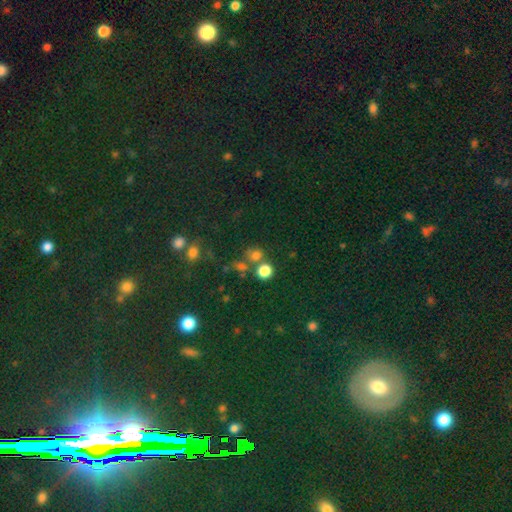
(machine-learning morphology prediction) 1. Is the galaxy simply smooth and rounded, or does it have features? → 72% smooth, 21% star or artifact, 7% featured or disk.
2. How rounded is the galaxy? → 85% round, 14% in between, 1% cigar-shaped.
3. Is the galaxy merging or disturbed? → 66% none, 21% merger, 9% minor disturbance, 5% major disturbance.